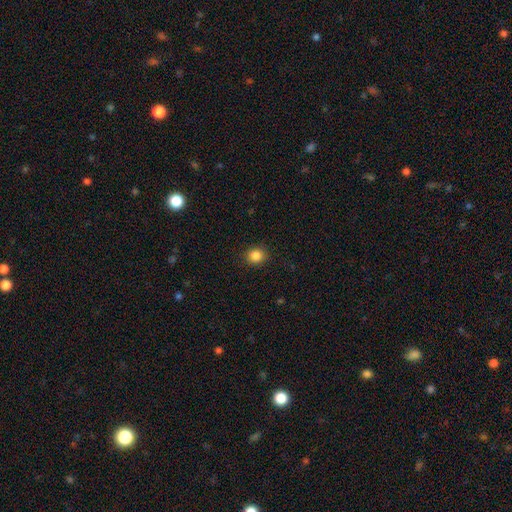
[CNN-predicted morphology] Smooth or featured: smooth — 85% (star or artifact — 11%)
How rounded: round — 85% (in between — 14%)
Merging: none — 90% (minor disturbance — 6%)